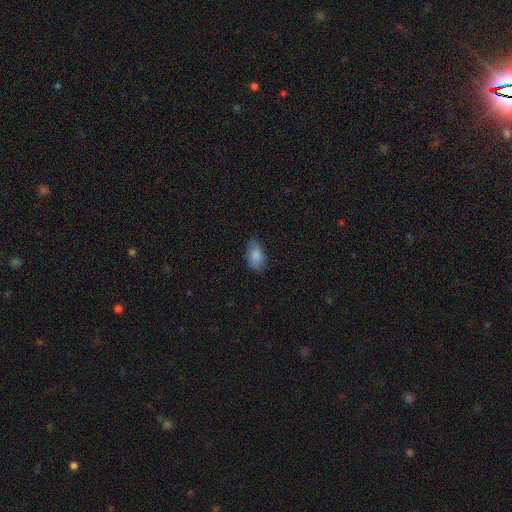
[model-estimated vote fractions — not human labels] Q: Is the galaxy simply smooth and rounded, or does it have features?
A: smooth — 83%.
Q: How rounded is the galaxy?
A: in between — 92%.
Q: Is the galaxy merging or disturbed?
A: none — 76%.